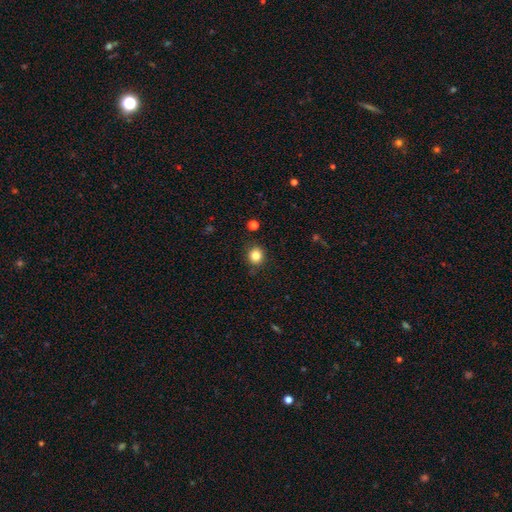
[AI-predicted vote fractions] This appears to be a smooth galaxy with no disk features (84%) that is round (86%). Merging: none (87%).